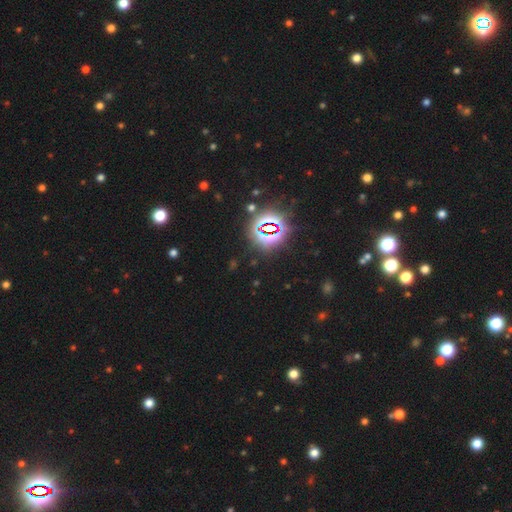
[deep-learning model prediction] smooth-or-featured: star or artifact: 82% | smooth: 11% | featured or disk: 7%